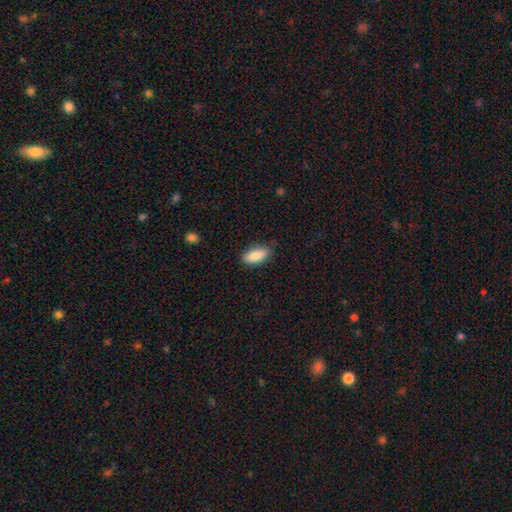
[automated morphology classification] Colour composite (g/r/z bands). It shows a smooth galaxy with no disk features (84%) that is in between round and cigar-shaped (88%). Merging: none (83%).